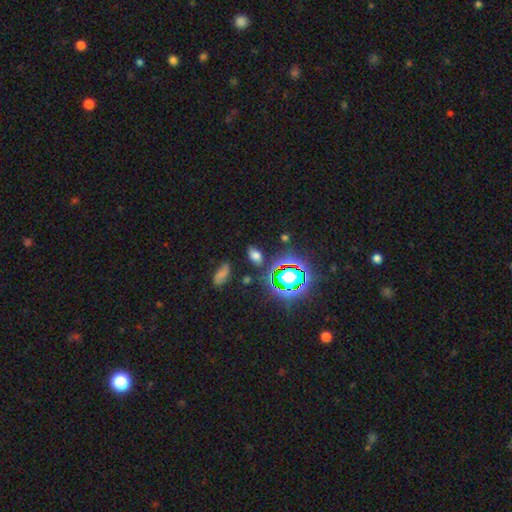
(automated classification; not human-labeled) Q: Smooth or featured?
A: smooth (61%); runner-up: star or artifact (27%)
Q: How rounded?
A: in between (85%); runner-up: round (11%)
Q: Merging?
A: none (78%); runner-up: minor disturbance (13%)